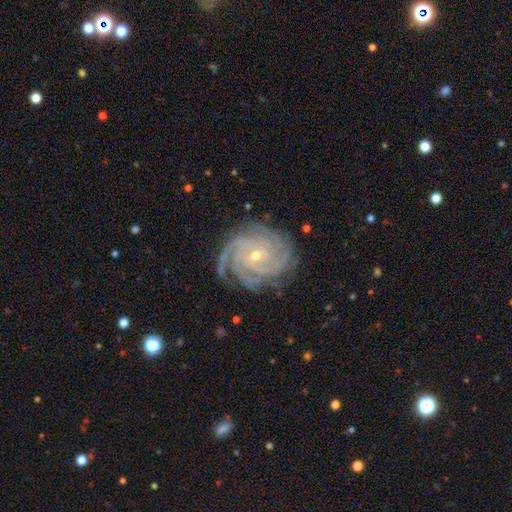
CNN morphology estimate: A featured or disk galaxy (92%) with no bar (52%), 4 (39%) tight (83%) spiral arms (99%) and a small central bulge (68%).

Vote fractions:
- Smooth or featured? featured or disk: 92% / star or artifact: 5% / smooth: 3%
- Edge-on disk? no: 98% / yes: 2%
- Bar? no: 52% / weak: 33% / strong: 15%
- Spiral arms? yes: 99% / no: 1%
- Spiral winding? tight: 83% / medium: 15% / loose: 2%
- Spiral arm count? 4: 39% / 3: 18% / more than 4: 17% / can't tell: 12% / 2: 8% / 1: 7%
- Bulge size? small: 68% / moderate: 29% / large: 1% / none: 1% / dominant: 1%
- Merging? none: 81% / minor disturbance: 14% / major disturbance: 4% / merger: 1%